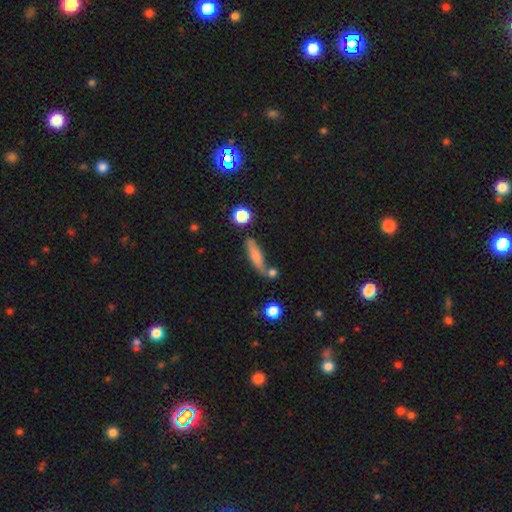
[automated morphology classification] Smooth or featured? smooth (68%)
How rounded? cigar-shaped (63%)
Merging? none (53%)